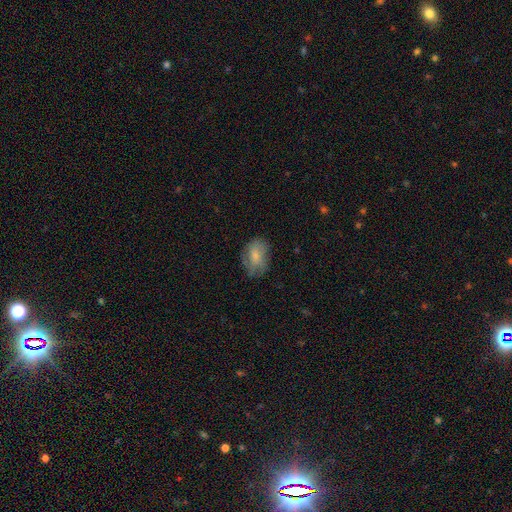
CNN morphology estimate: This appears to be a smooth galaxy with no disk features (69%) that is in between round and cigar-shaped (79%). Merging: none (61%).